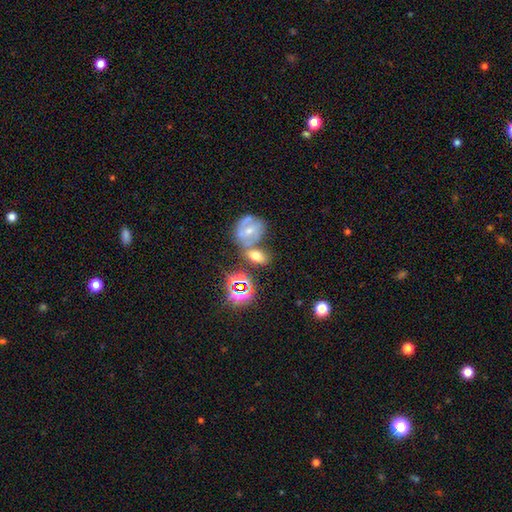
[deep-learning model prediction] A star or artifact, not a galaxy (42%).